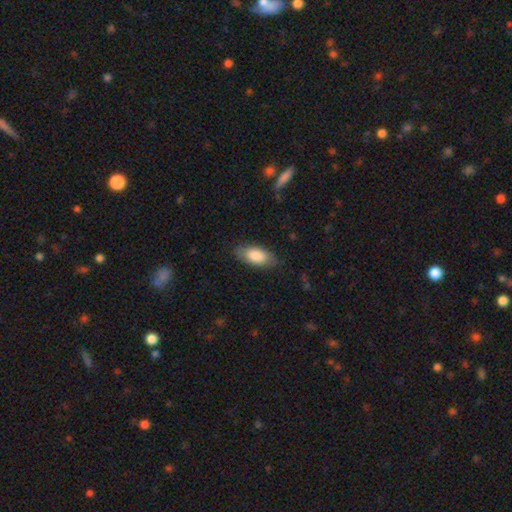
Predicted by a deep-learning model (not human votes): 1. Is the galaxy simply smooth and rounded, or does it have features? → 83% smooth, 12% featured or disk, 6% star or artifact.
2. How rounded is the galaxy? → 91% in between, 7% cigar-shaped, 2% round.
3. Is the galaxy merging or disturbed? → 81% none, 15% minor disturbance, 3% major disturbance, 1% merger.